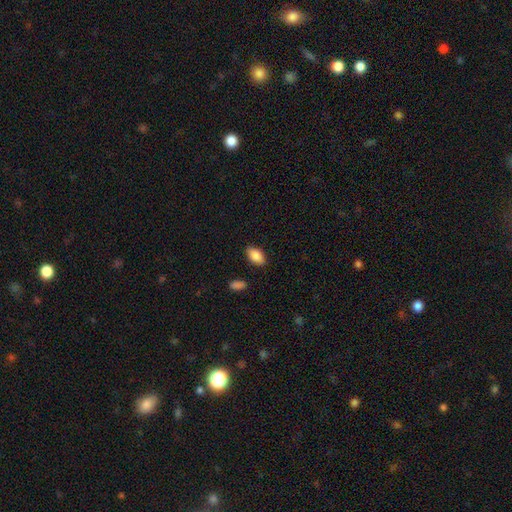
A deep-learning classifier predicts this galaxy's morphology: This appears to be a smooth galaxy with no disk features (87%) that is in between round and cigar-shaped (92%). Merging: none (86%).